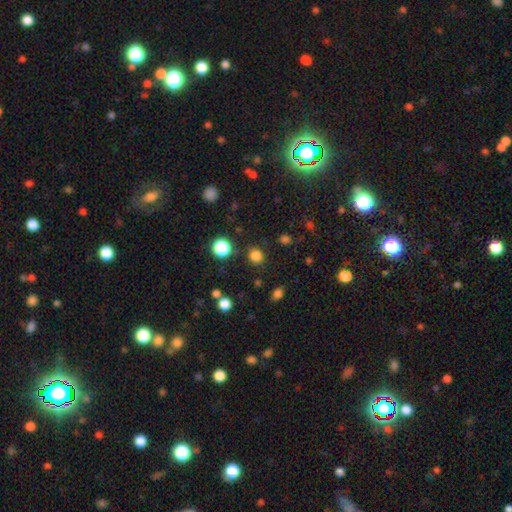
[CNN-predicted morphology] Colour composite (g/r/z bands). It shows a smooth galaxy with no disk features (81%) that is round (84%). Merging: none (87%).